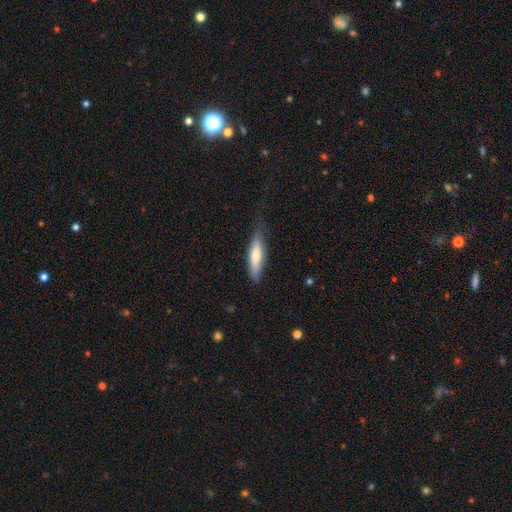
This is likely a smooth galaxy (75%). How rounded: clearly cigar-shaped (83%). Merging: possibly none (46%).